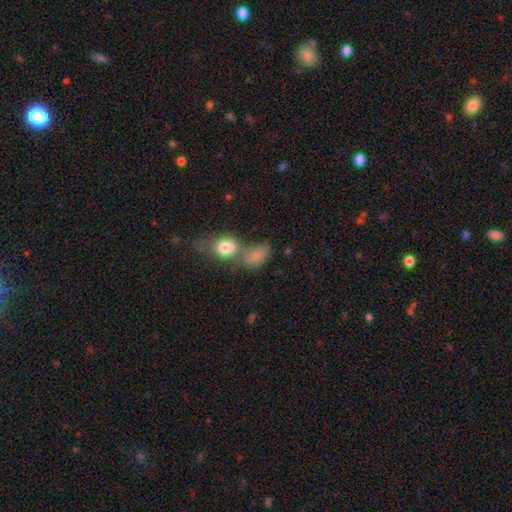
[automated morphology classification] A smooth galaxy with no disk features (76%) that is in between round and cigar-shaped (78%). Merging: merger (51%).